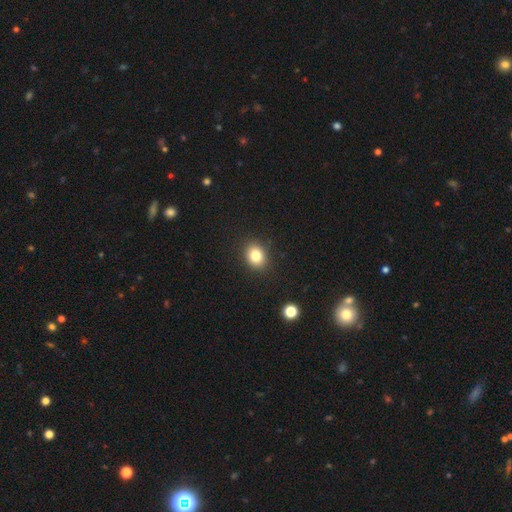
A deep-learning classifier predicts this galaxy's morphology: This appears to be a smooth galaxy with no disk features (81%) that is round (55%). Merging: none (89%).